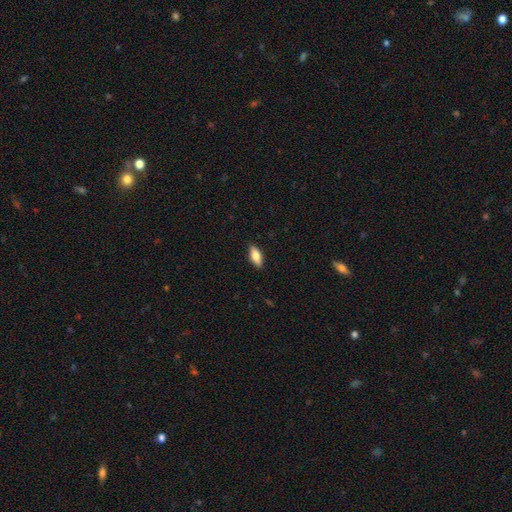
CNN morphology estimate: A smooth galaxy with no disk features (76%) that is in between round and cigar-shaped (80%).

Vote fractions:
- Smooth or featured? smooth: 76% / featured or disk: 18% / star or artifact: 6%
- How rounded? in between: 80% / cigar-shaped: 17% / round: 2%
- Merging? none: 89% / minor disturbance: 9% / major disturbance: 2% / merger: 1%